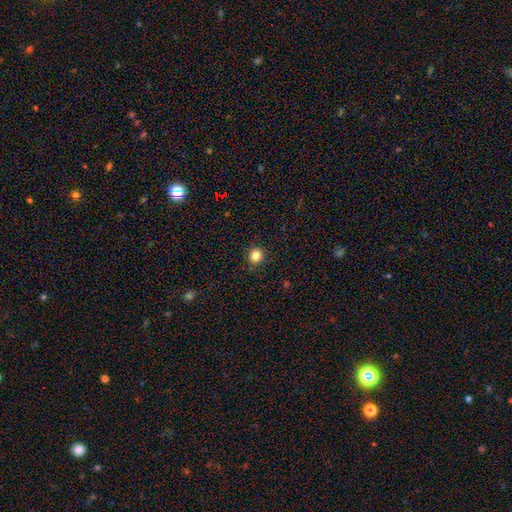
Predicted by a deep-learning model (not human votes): Smooth or featured?
  - smooth: 84% *
  - star or artifact: 12%
  - featured or disk: 4%
How rounded?
  - round: 90% *
  - in between: 9%
  - cigar-shaped: 1%
Merging?
  - none: 90% *
  - minor disturbance: 7%
  - major disturbance: 2%
  - merger: 1%